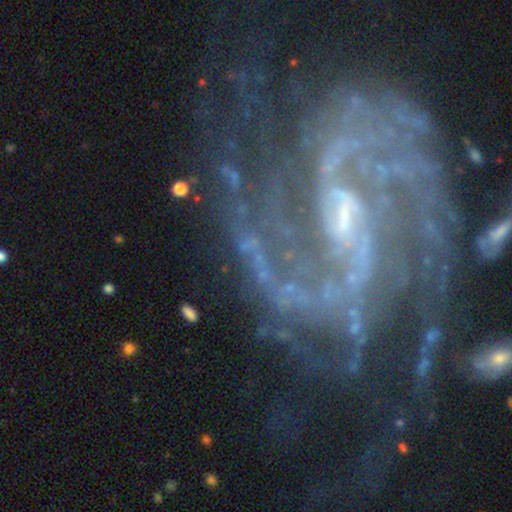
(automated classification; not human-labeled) Smooth or featured? Predicted: featured or disk (p=0.89). Edge-on disk? Predicted: no (p=0.98). Bar? Predicted: weak (p=0.45). Spiral arms? Predicted: yes (p=0.97). Spiral winding? Predicted: medium (p=0.47). Spiral arm count? Predicted: 2 (p=0.42). Bulge size? Predicted: small (p=0.60). Merging? Predicted: none (p=0.63).